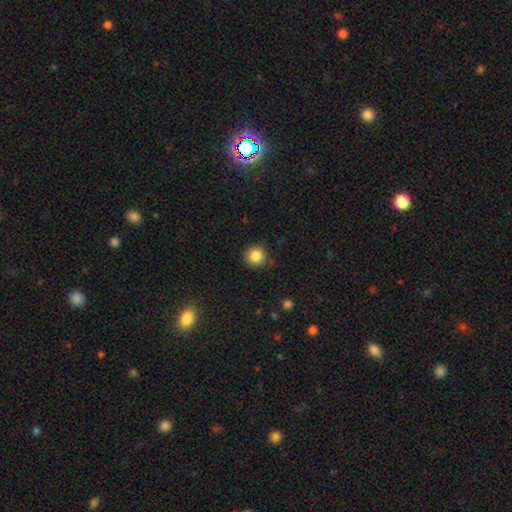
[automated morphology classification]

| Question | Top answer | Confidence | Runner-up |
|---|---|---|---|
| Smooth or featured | smooth | 84% | star or artifact (10%) |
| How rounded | round | 92% | in between (7%) |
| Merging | none | 85% | minor disturbance (11%) |